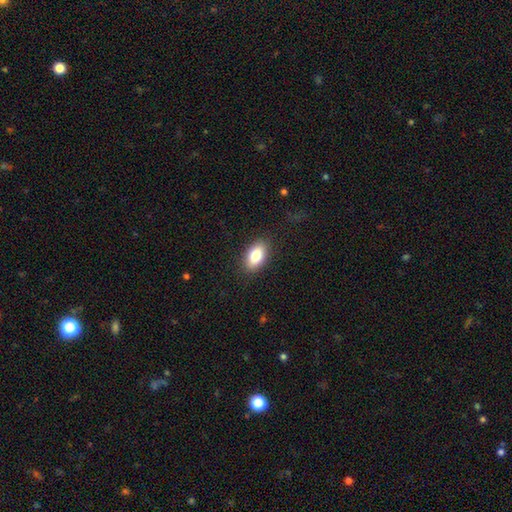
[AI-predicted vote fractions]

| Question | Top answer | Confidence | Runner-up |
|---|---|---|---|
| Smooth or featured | smooth | 81% | featured or disk (12%) |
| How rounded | in between | 91% | round (6%) |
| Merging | none | 87% | minor disturbance (9%) |